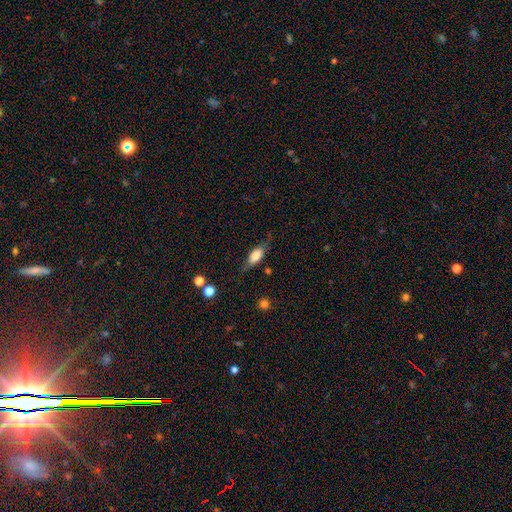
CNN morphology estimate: Smooth or featured? smooth (65%)
How rounded? in between (77%)
Merging? none (66%)